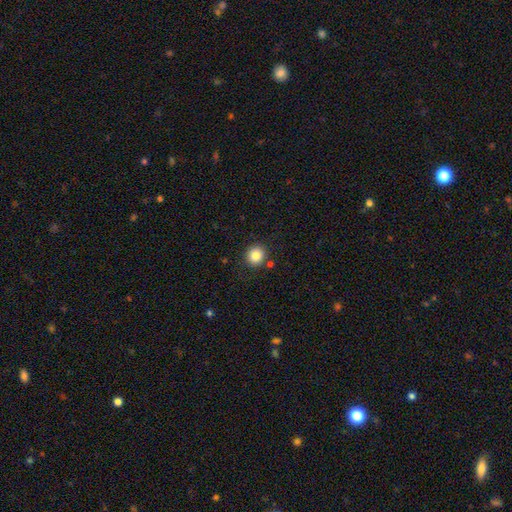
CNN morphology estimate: This appears to be a smooth galaxy with no disk features (85%) that is round (87%). Merging: none (87%).